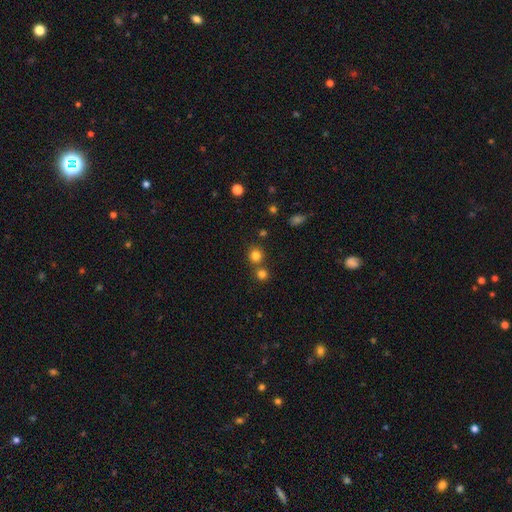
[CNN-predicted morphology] Smooth or featured?
  - smooth: 79% *
  - star or artifact: 16%
  - featured or disk: 5%
How rounded?
  - round: 90% *
  - in between: 9%
  - cigar-shaped: 1%
Merging?
  - none: 70% *
  - merger: 21%
  - minor disturbance: 6%
  - major disturbance: 2%